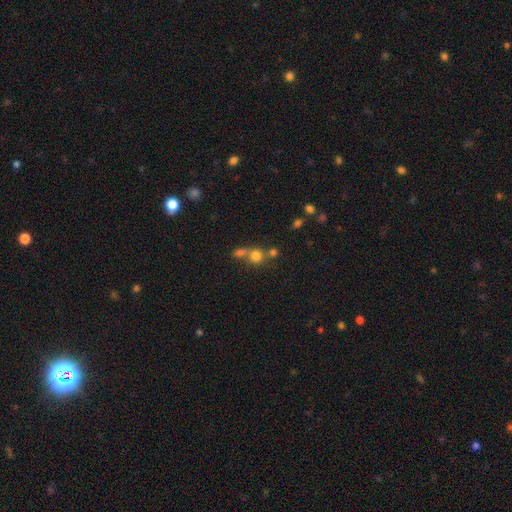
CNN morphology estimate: This appears to be a smooth galaxy with no disk features (73%) that is round (85%). Merging: merger (45%).